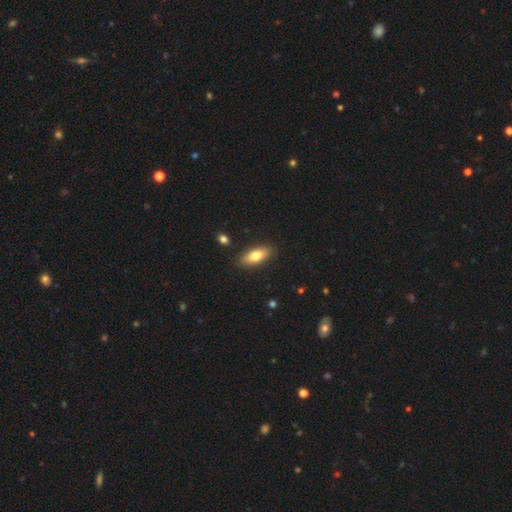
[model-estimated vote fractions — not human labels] Smooth or featured? smooth (76%)
How rounded? in between (76%)
Merging? none (88%)